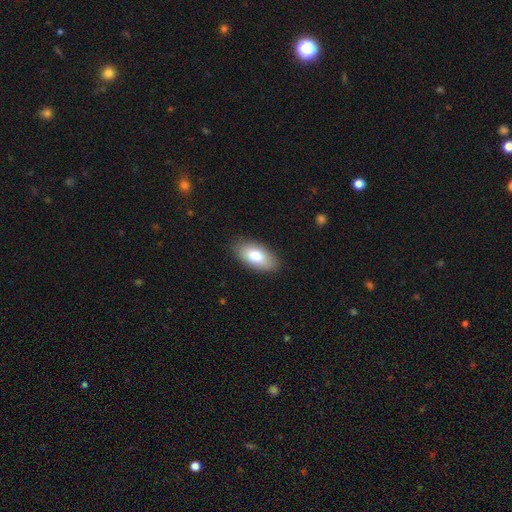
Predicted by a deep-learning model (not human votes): This is likely a smooth galaxy (79%). How rounded: clearly in between (93%). Merging: clearly none (87%).